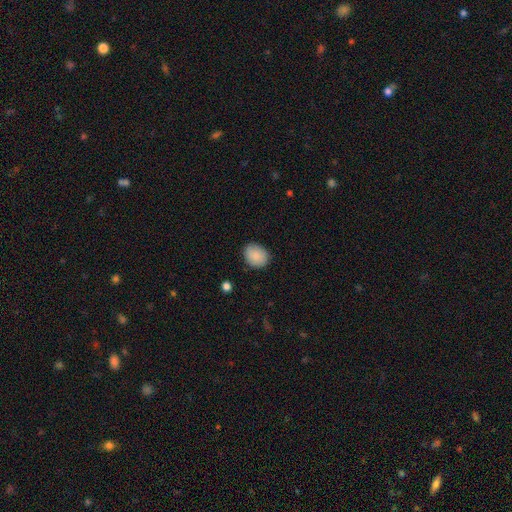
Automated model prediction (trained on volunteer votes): smooth_or_featured: smooth (p=0.88) [alt: star or artifact p=0.07]
how_rounded: round (p=0.54) [alt: in between p=0.45]
merging: none (p=0.86) [alt: minor disturbance p=0.11]